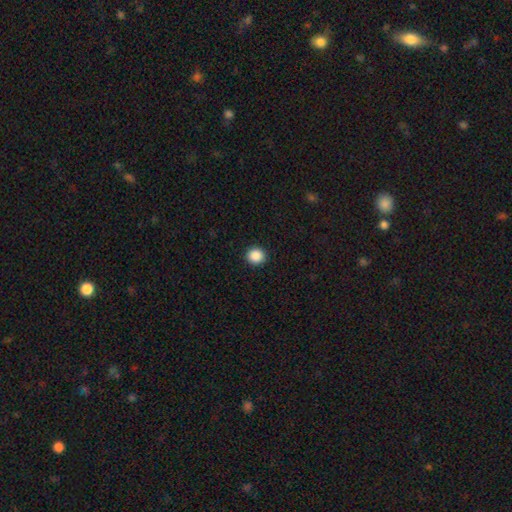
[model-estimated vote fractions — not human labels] Smooth or featured? Predicted: smooth (p=0.88). How rounded? Predicted: round (p=0.91). Merging? Predicted: none (p=0.93).